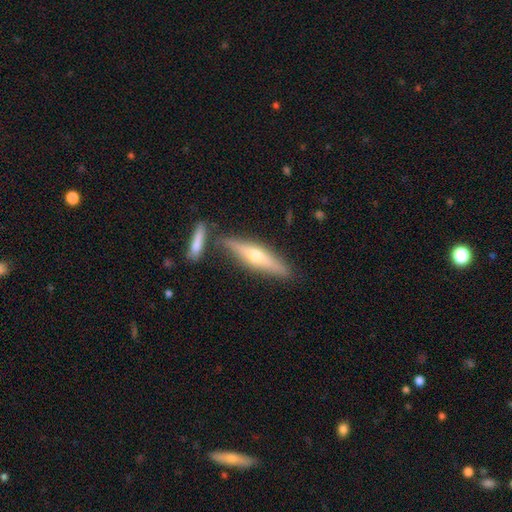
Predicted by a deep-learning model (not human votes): The model was most divided on "smooth or featured": featured or disk: 56%, smooth: 38%, star or artifact: 6%. More confident: edge-on bulge — rounded (90%); edge-on disk — yes (90%); merging — none (74%).